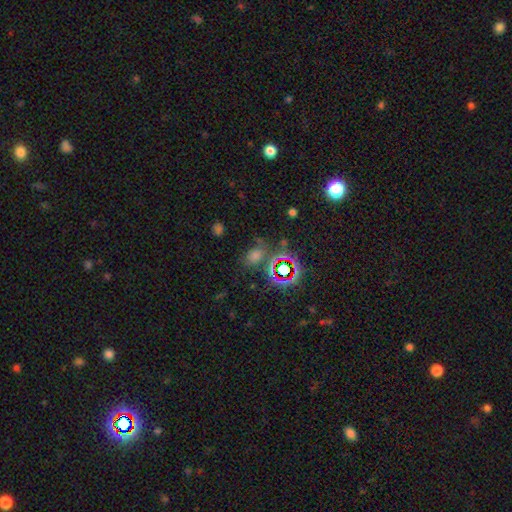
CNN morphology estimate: Smooth or featured? Predicted: star or artifact (p=0.48).